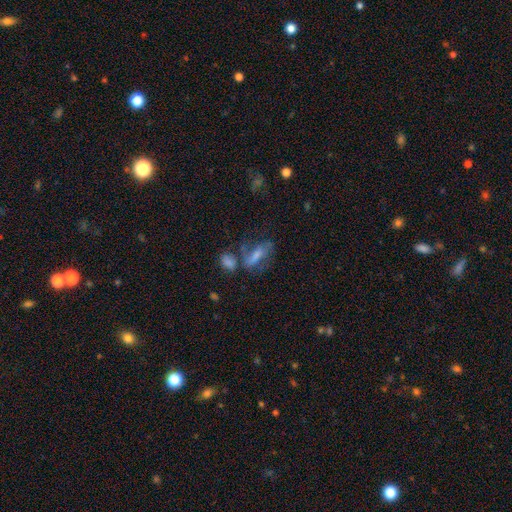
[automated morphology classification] A featured or disk galaxy (45%).

Vote fractions:
- Smooth or featured? featured or disk: 45% / smooth: 37% / star or artifact: 17%
- Merging? none: 46% / merger: 23% / minor disturbance: 17% / major disturbance: 14%